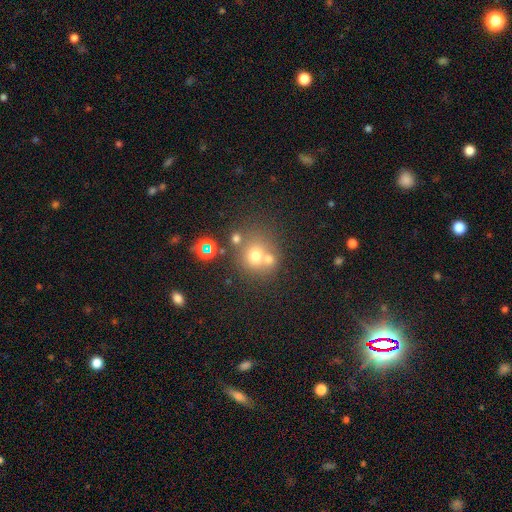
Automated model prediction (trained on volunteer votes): Overall: smooth (65%). How rounded: round (81%). Merging: none (50%; merger 37%).